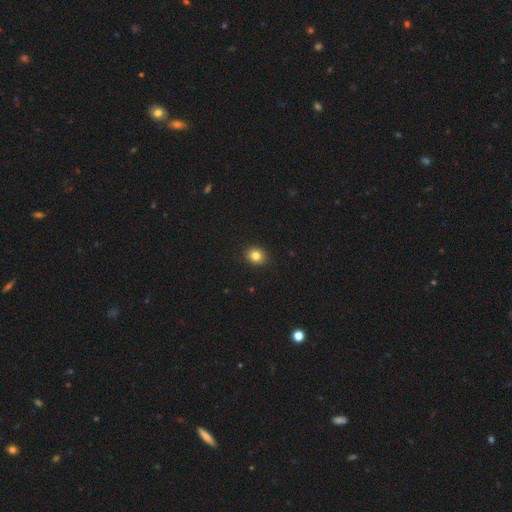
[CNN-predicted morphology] smooth 83%, star or artifact 11%, featured or disk 6%. Down the decision tree: how rounded — round (71%); merging — none (92%).